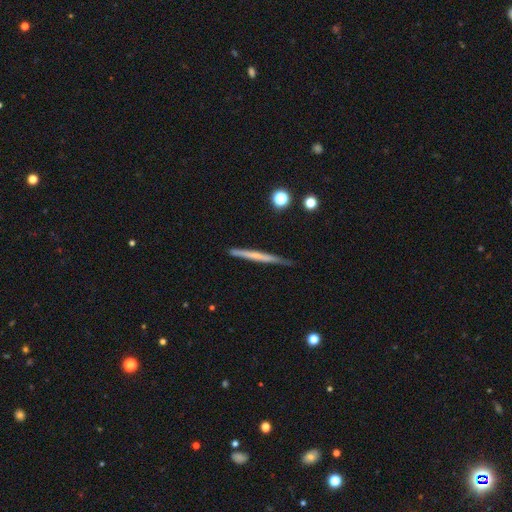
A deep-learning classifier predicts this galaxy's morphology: The model was most divided on "smooth or featured": featured or disk: 51%, smooth: 43%, star or artifact: 6%. More confident: edge-on disk — yes (97%); merging — none (84%).